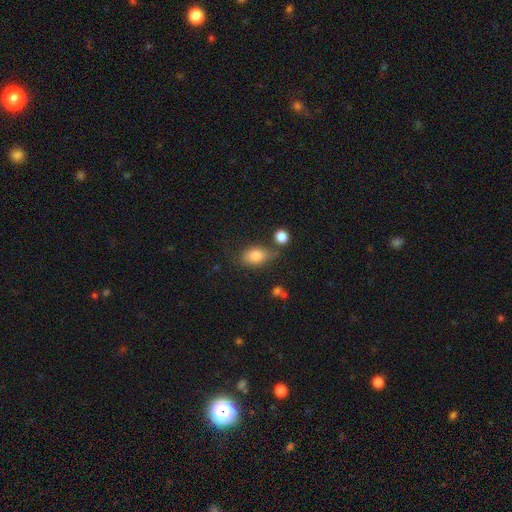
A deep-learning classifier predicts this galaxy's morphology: smooth 77%, featured or disk 14%, star or artifact 9%. Down the decision tree: how rounded — in between (80%); merging — none (51%).